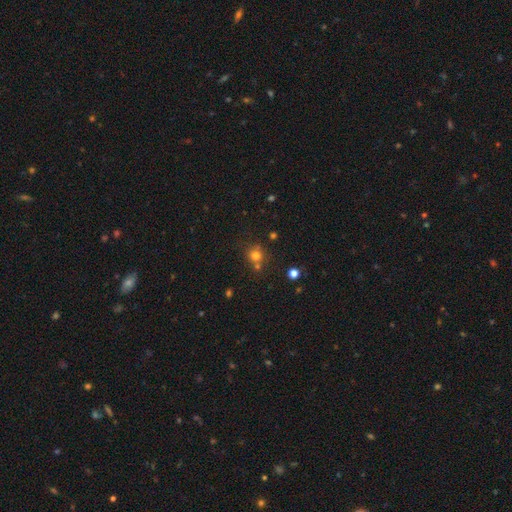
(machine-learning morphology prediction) This is likely a smooth galaxy (74%). How rounded: clearly round (87%). Merging: likely none (62%).